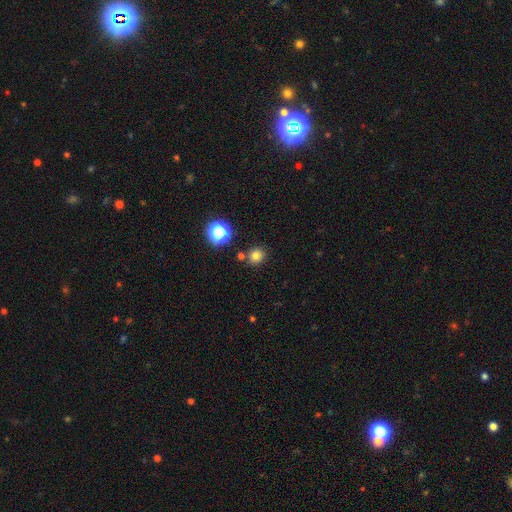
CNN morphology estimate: Smooth or featured?
  - smooth: 77% *
  - star or artifact: 17%
  - featured or disk: 6%
How rounded?
  - round: 84% *
  - in between: 15%
  - cigar-shaped: 1%
Merging?
  - none: 80% *
  - merger: 9%
  - minor disturbance: 9%
  - major disturbance: 3%